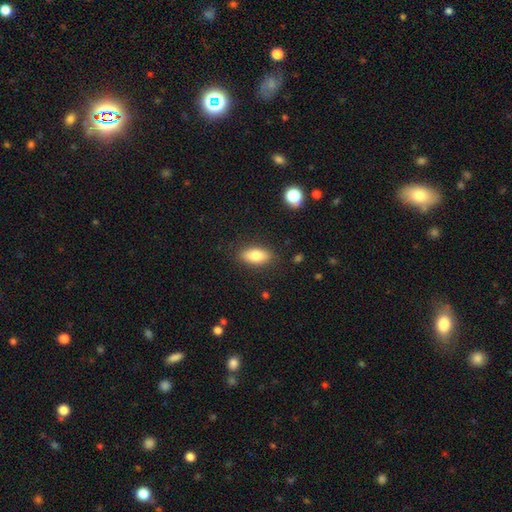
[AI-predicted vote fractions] Q: Smooth or featured?
A: smooth (81%); runner-up: featured or disk (11%)
Q: How rounded?
A: in between (85%); runner-up: cigar-shaped (11%)
Q: Merging?
A: none (86%); runner-up: minor disturbance (10%)